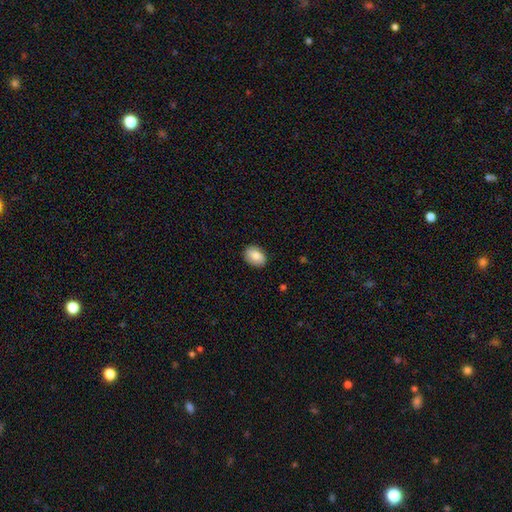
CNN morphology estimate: Smooth or featured: smooth — 84% (featured or disk — 9%)
How rounded: in between — 77% (round — 22%)
Merging: none — 87% (minor disturbance — 10%)